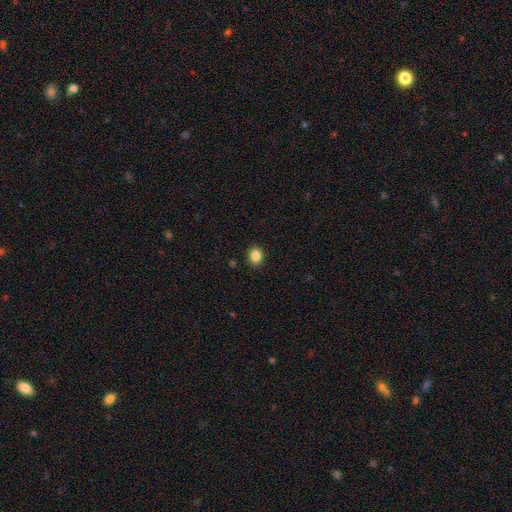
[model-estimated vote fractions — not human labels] Smooth or featured? smooth (85%)
How rounded? round (71%)
Merging? none (90%)